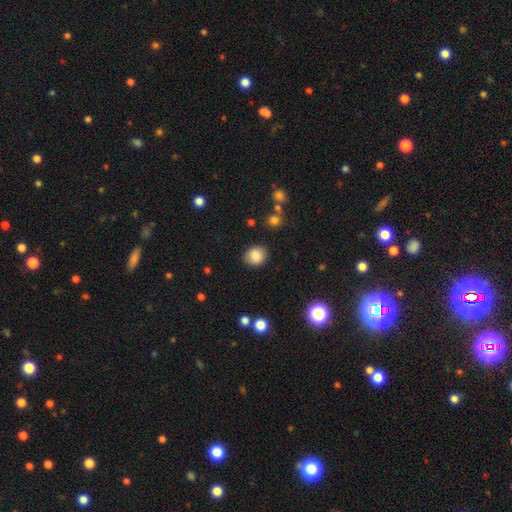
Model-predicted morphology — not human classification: Overall: smooth (85%). How rounded: round (73%). Merging: none (85%).